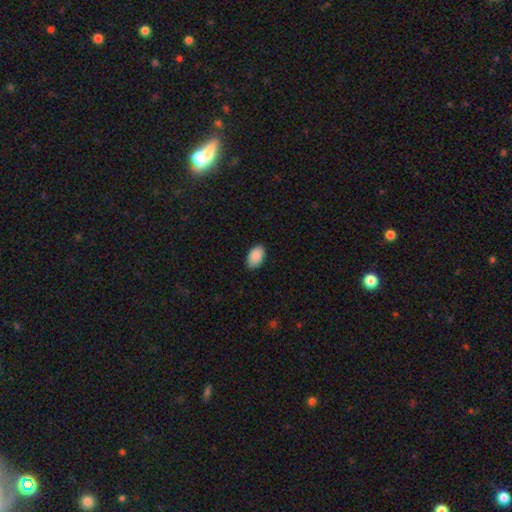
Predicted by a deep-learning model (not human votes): A smooth galaxy with no disk features (90%) that is in between round and cigar-shaped (93%). Merging: none (88%).